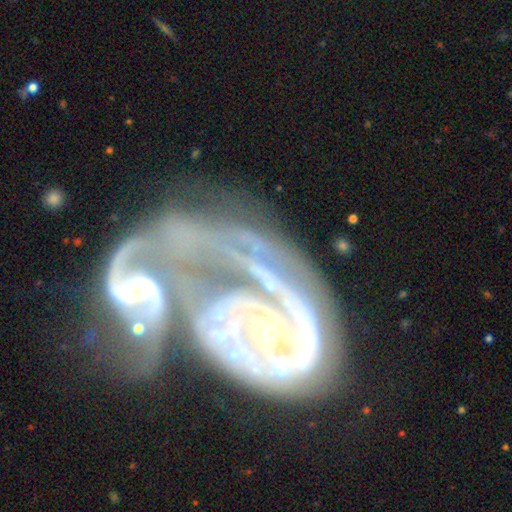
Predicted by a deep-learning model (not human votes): This appears to be a featured or disk galaxy (87%) with no bar (61%), 2 (49%) tight (36%, tied with medium) spiral arms (87%) and a small central bulge (46%). Merging: merger (76%).